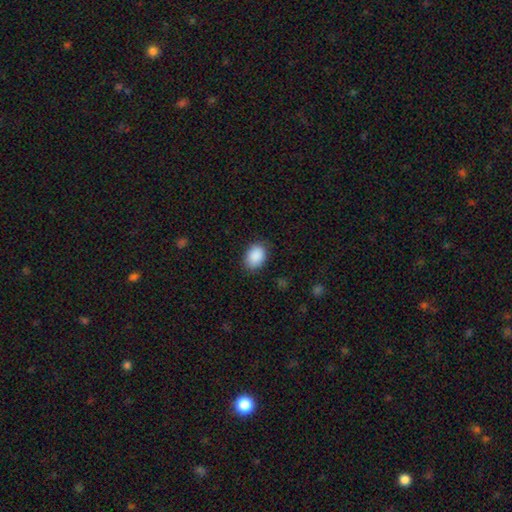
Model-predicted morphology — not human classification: A smooth galaxy with no disk features (90%) that is in between round and cigar-shaped (77%). Merging: none (84%).